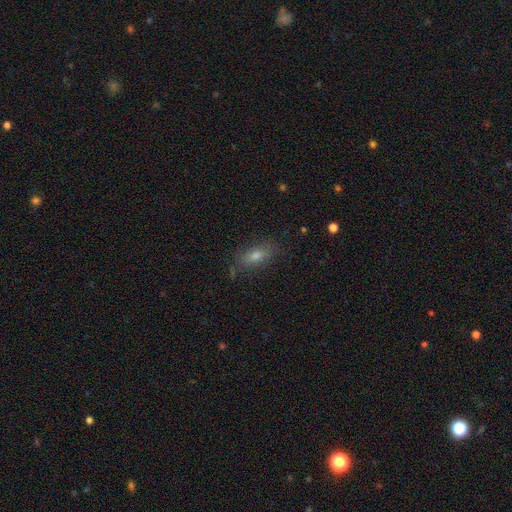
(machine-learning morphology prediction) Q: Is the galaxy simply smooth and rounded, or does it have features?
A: smooth — 67%.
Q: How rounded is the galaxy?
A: in between — 70%.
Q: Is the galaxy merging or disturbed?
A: none — 80%.